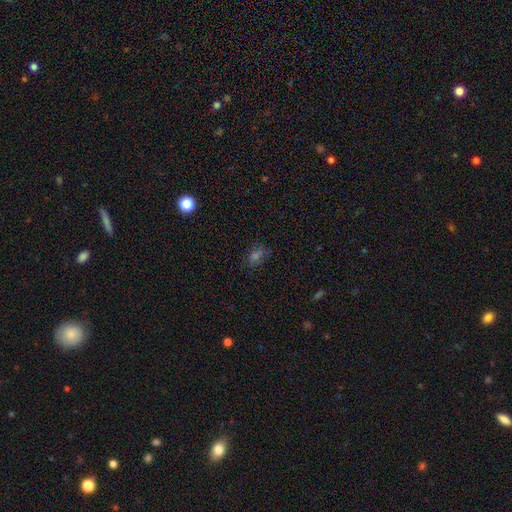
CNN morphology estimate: smooth 50%, star or artifact 33%, featured or disk 18%. Down the decision tree: merging — none (71%).